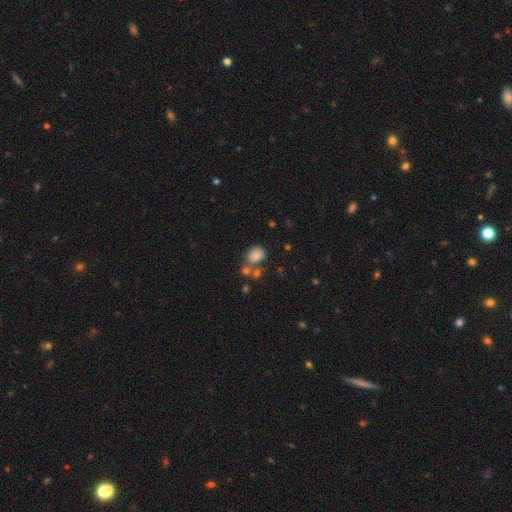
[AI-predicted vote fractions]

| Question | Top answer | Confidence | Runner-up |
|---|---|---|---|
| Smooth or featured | smooth | 78% | star or artifact (12%) |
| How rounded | in between | 60% | round (39%) |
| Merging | none | 51% | merger (24%) |